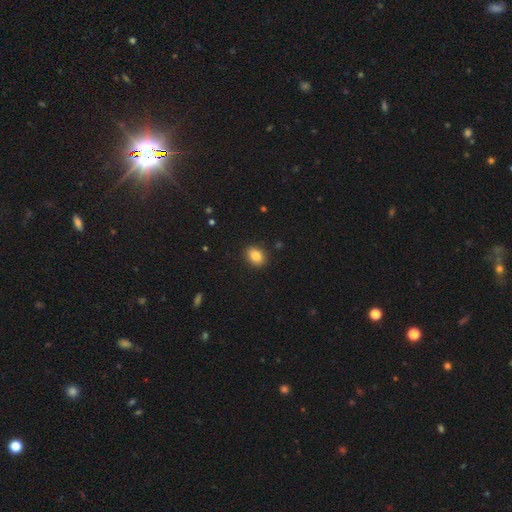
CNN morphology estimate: Smooth or featured: smooth — 86% (star or artifact — 9%)
How rounded: in between — 66% (round — 33%)
Merging: none — 89% (minor disturbance — 7%)